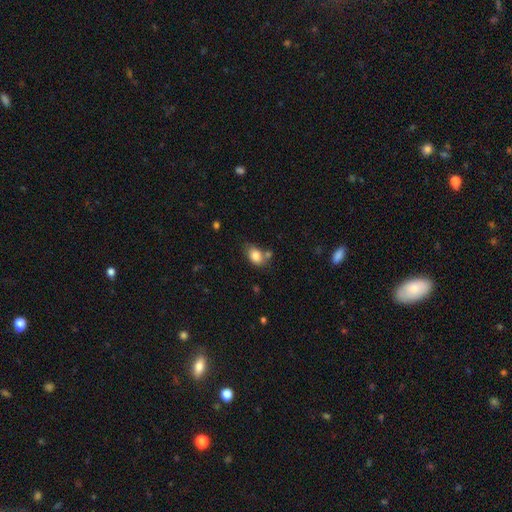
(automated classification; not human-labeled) Smooth or featured? Predicted: smooth (p=0.82). How rounded? Predicted: in between (p=0.81). Merging? Predicted: none (p=0.52).